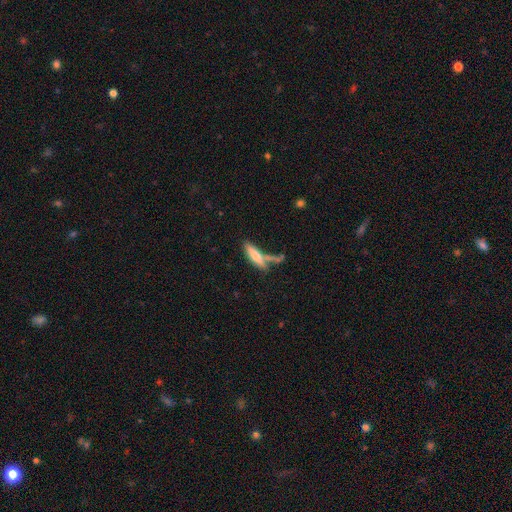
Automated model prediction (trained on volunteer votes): This is likely a smooth galaxy (60%). How rounded: likely cigar-shaped (69%). Merging: possibly none (50%).